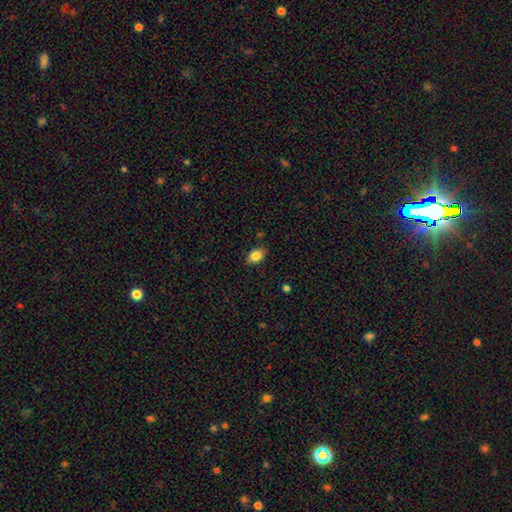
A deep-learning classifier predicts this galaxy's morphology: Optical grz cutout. It shows a smooth galaxy with no disk features (84%) that is in between round and cigar-shaped (80%). Merging: none (83%).